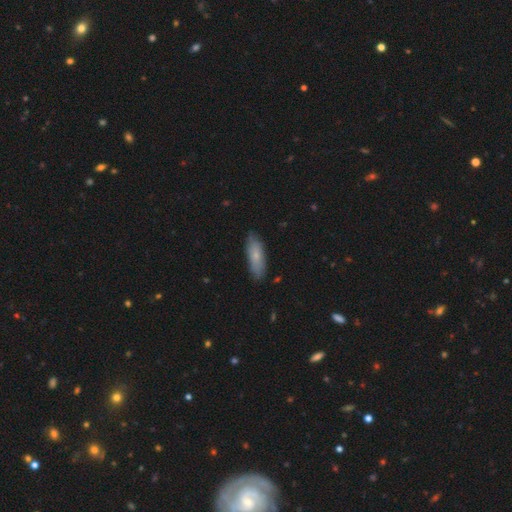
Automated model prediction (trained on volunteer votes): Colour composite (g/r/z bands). It shows a smooth galaxy with no disk features (71%) that is in between round and cigar-shaped (57%). Merging: none (80%).